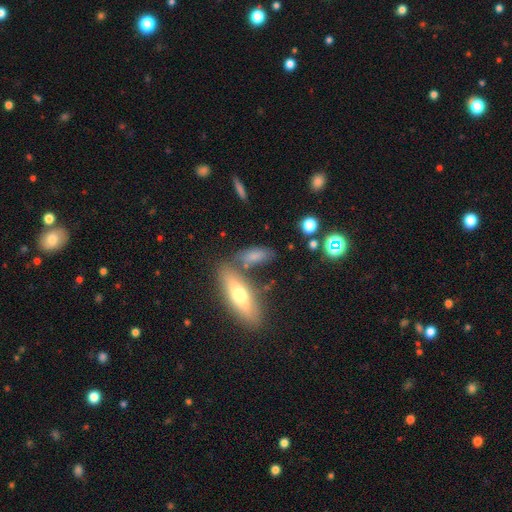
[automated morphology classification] This is likely a smooth galaxy (72%). How rounded: likely in between (73%). Merging: possibly none (58%).